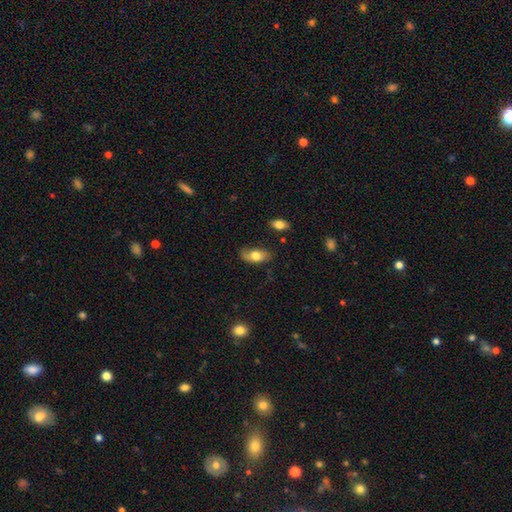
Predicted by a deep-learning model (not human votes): Morphology: type=smooth (70%); roundness=in between (90%); merging=none (66%).